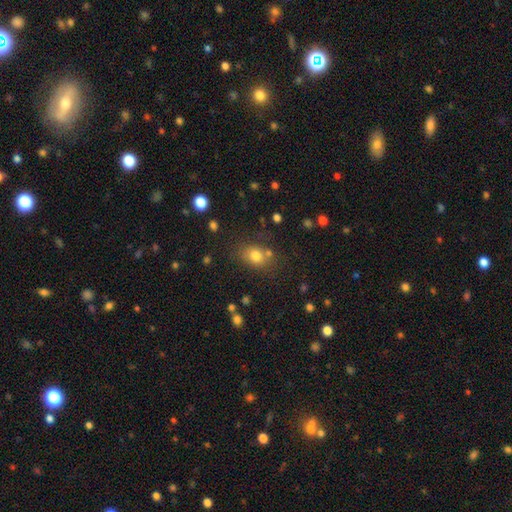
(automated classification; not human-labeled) The model was most divided on "how rounded": in between: 58%, round: 41%, cigar-shaped: 1%. More confident: smooth or featured — smooth (77%); merging — none (67%).